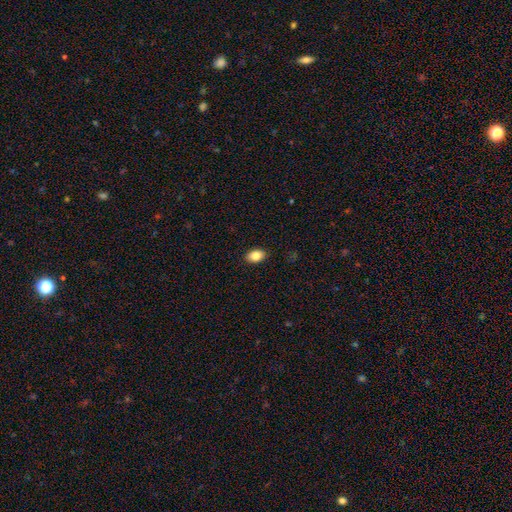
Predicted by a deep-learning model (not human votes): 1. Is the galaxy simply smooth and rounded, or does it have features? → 84% smooth, 8% star or artifact, 7% featured or disk.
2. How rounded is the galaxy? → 83% in between, 16% round, 1% cigar-shaped.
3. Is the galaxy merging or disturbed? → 89% none, 8% minor disturbance, 2% major disturbance, 1% merger.